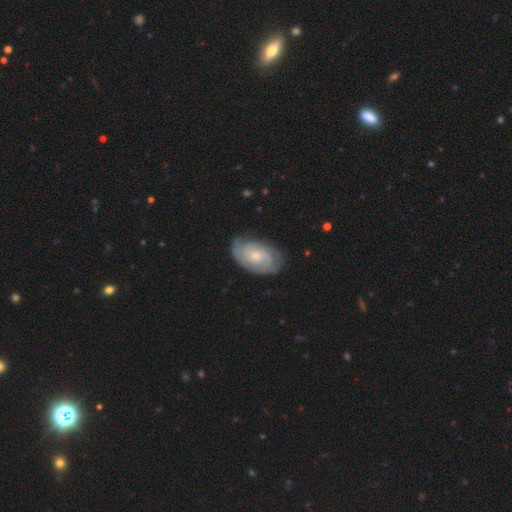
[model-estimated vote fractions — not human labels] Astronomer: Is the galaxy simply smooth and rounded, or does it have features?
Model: featured or disk — 76%.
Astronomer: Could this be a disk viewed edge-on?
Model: no — 96%.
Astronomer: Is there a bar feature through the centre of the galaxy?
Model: no — 75%.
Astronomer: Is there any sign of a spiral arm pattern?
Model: yes — 93%.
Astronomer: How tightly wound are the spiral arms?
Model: tight — 68%.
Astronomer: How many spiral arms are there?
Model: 2 — 40% (runner-up: can't tell, 33%).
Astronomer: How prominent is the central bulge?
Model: small — 62%.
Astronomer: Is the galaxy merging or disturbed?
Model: none — 72%.